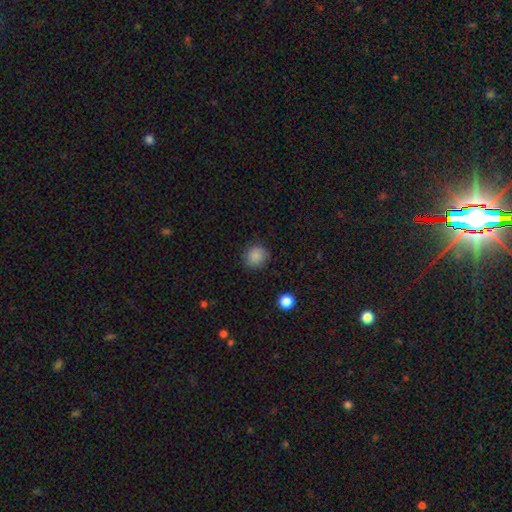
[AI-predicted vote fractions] Q: Smooth or featured?
A: smooth (86%); runner-up: star or artifact (10%)
Q: How rounded?
A: round (85%); runner-up: in between (14%)
Q: Merging?
A: none (86%); runner-up: minor disturbance (10%)